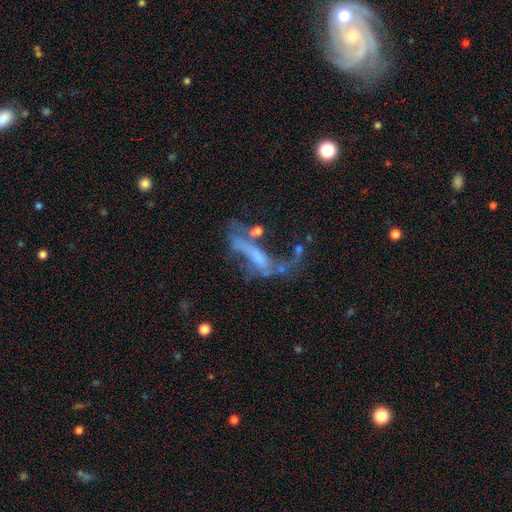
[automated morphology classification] The model was most divided on "merging": major disturbance: 39%, merger: 25%, none: 23%, minor disturbance: 14%. More confident: edge-on disk — no (74%); smooth or featured — featured or disk (61%).